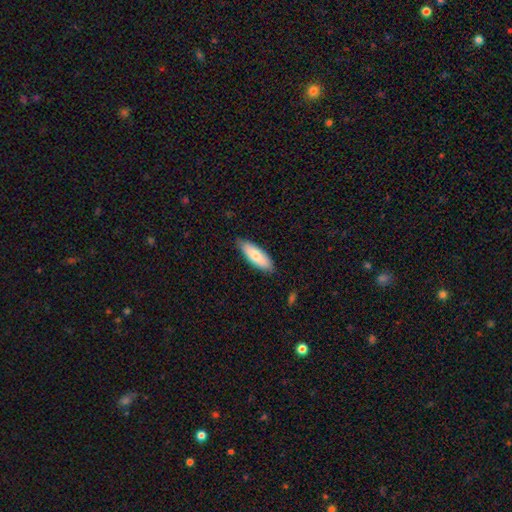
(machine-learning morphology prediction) Q: Smooth or featured?
A: smooth (75%); runner-up: featured or disk (19%)
Q: How rounded?
A: in between (64%); runner-up: cigar-shaped (34%)
Q: Merging?
A: none (81%); runner-up: minor disturbance (15%)